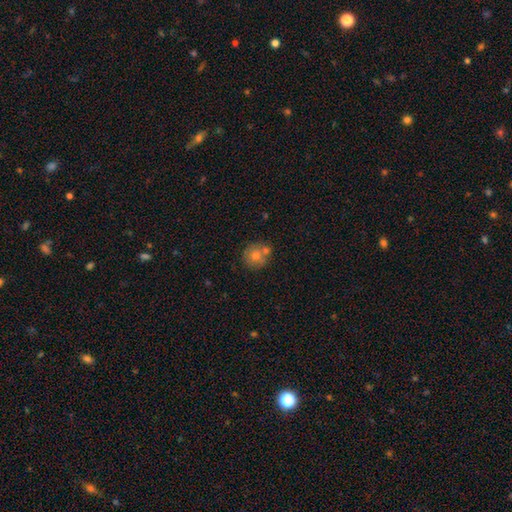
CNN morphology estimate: smooth-or-featured: smooth: 70% | featured or disk: 19% | star or artifact: 11%
  how-rounded: round: 90% | in between: 9% | cigar-shaped: 1%
  merging: none: 62% | merger: 25% | minor disturbance: 10% | major disturbance: 3%